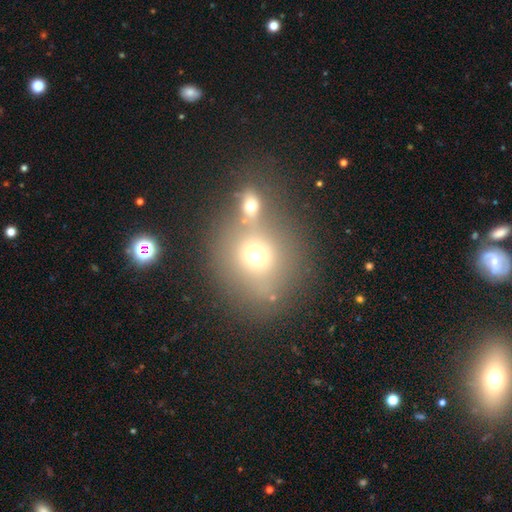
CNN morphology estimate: The model was most divided on "merging": none: 46%, merger: 39%, minor disturbance: 10%, major disturbance: 5%. More confident: how rounded — round (82%); smooth or featured — smooth (63%).